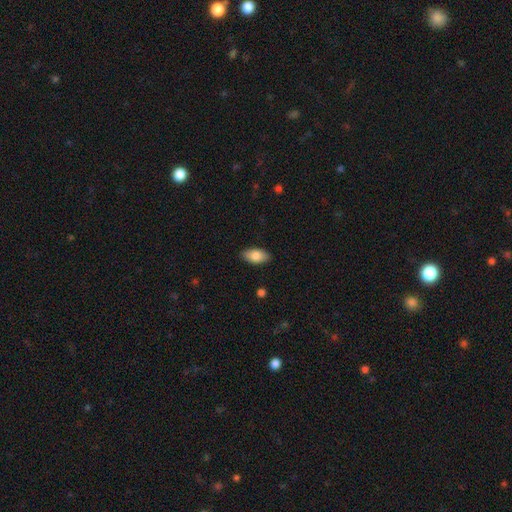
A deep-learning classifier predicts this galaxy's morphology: The model was most divided on "smooth or featured": smooth: 83%, featured or disk: 11%, star or artifact: 6%. More confident: how rounded — in between (93%); merging — none (89%).